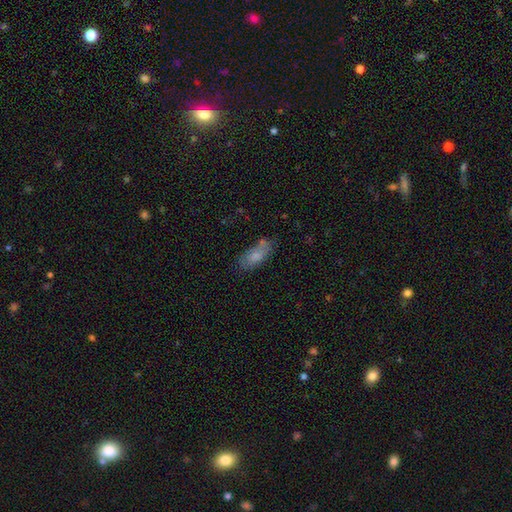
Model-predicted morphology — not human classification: Smooth or featured?
  - smooth: 78% *
  - featured or disk: 14%
  - star or artifact: 8%
How rounded?
  - in between: 81% *
  - cigar-shaped: 16%
  - round: 2%
Merging?
  - none: 59% *
  - minor disturbance: 23%
  - merger: 11%
  - major disturbance: 7%